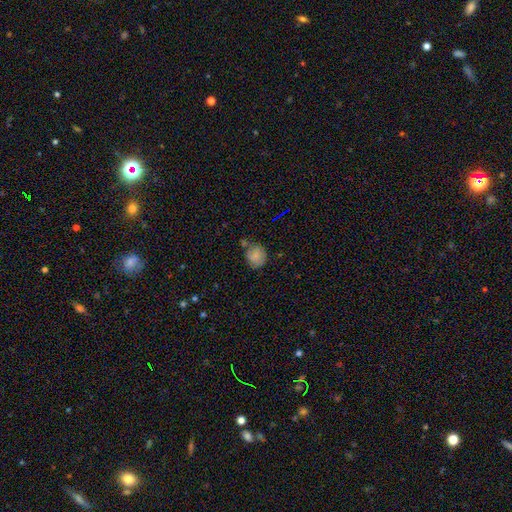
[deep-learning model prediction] Smooth or featured? Predicted: smooth (p=0.78). How rounded? Predicted: round (p=0.73). Merging? Predicted: none (p=0.61).